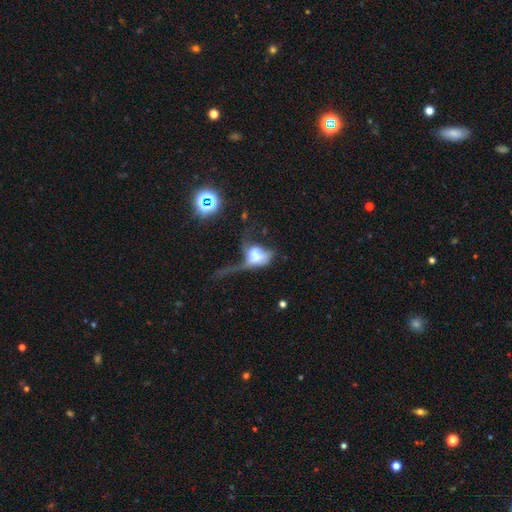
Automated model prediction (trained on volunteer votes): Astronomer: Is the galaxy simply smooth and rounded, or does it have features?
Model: smooth — 45% (runner-up: featured or disk, 43%).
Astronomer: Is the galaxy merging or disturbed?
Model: major disturbance — 56%.